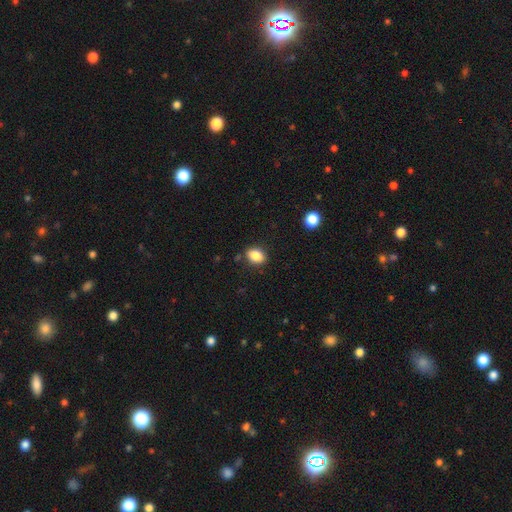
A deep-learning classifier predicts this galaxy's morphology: smooth-or-featured: smooth: 86% | star or artifact: 9% | featured or disk: 5%
  how-rounded: in between: 75% | round: 24% | cigar-shaped: 1%
  merging: none: 85% | minor disturbance: 10% | merger: 3% | major disturbance: 2%